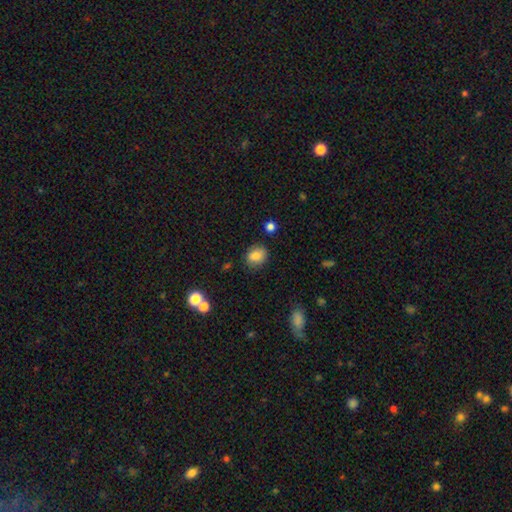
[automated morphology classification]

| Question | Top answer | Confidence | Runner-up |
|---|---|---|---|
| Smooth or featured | smooth | 84% | star or artifact (10%) |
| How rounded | round | 52% | in between (47%) |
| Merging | none | 82% | minor disturbance (12%) |